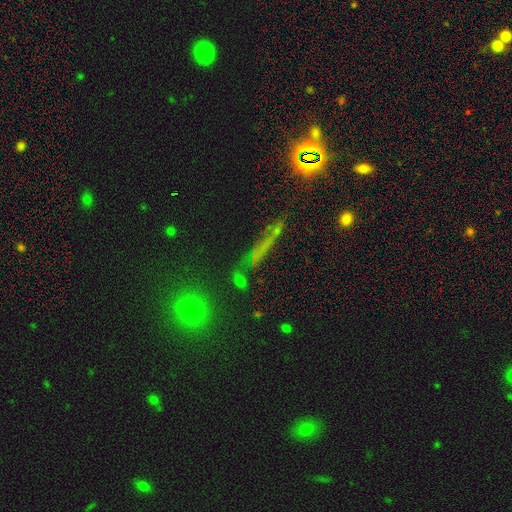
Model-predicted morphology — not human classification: star or artifact 46%, smooth 34%, featured or disk 21%.